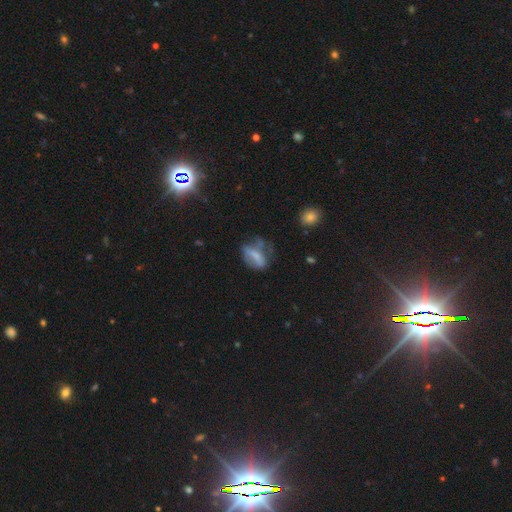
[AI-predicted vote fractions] A smooth galaxy with no disk features (55%) that is in between round and cigar-shaped (70%).

Vote fractions:
- Smooth or featured? smooth: 55% / featured or disk: 33% / star or artifact: 12%
- How rounded? in between: 70% / cigar-shaped: 16% / round: 13%
- Merging? none: 35% / major disturbance: 31% / minor disturbance: 28% / merger: 6%